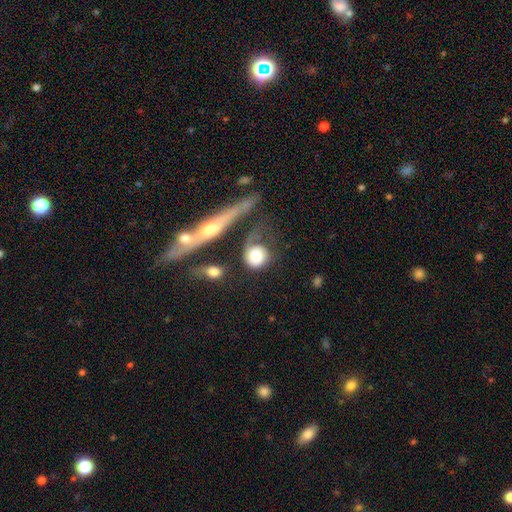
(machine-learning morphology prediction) This is likely a smooth galaxy (61%). How rounded: likely round (72%). Merging: marginally none (34%).